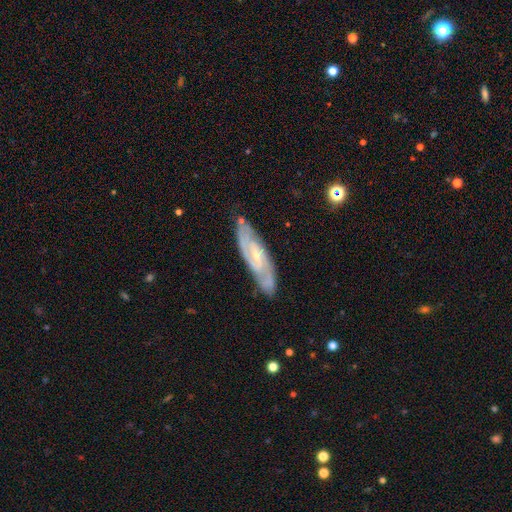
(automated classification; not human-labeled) A featured or disk galaxy (81%) with a weak bar (44%), 2 (65%) tight (50%) spiral arms (94%) and a small central bulge (72%). Merging: none (80%).